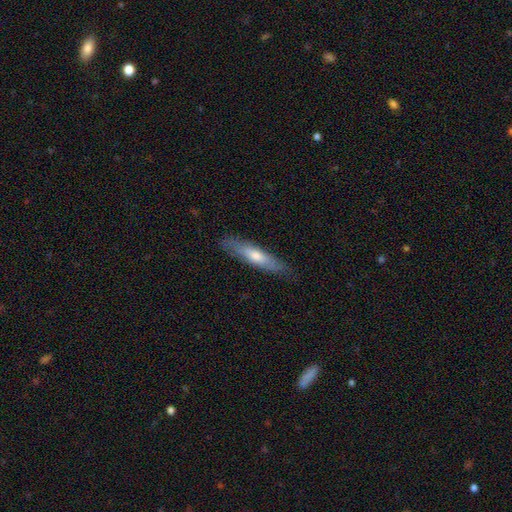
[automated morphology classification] This appears to be a smooth galaxy with no disk features (57%) that is cigar-shaped (77%). Merging: none (83%).